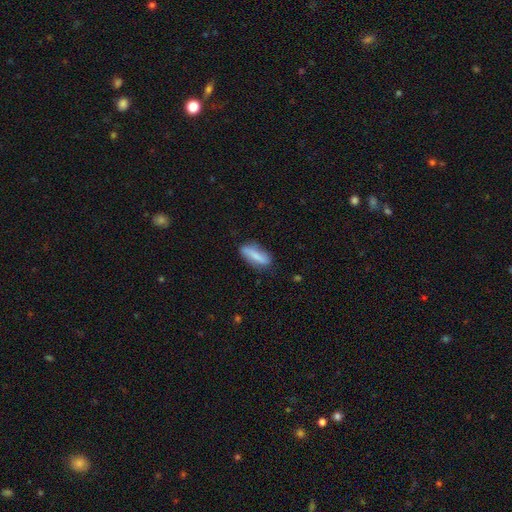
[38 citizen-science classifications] Q: Smooth or featured?
A: smooth (79%); runner-up: featured or disk (18%)
Q: How rounded?
A: cigar-shaped (57%); runner-up: in between (43%)
Q: Merging?
A: none (81%); runner-up: minor disturbance (16%)